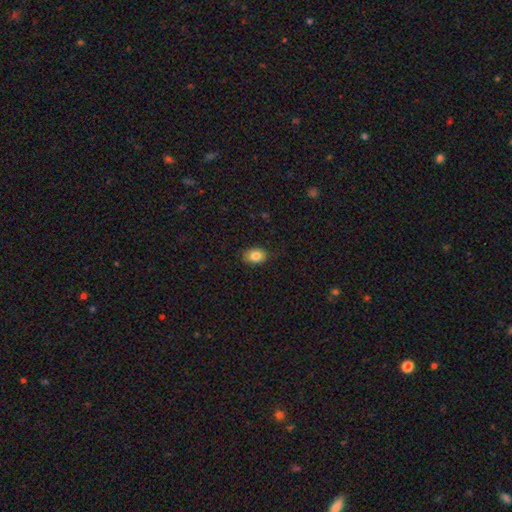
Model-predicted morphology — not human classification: Smooth or featured: smooth — 85% (star or artifact — 8%)
How rounded: in between — 74% (round — 25%)
Merging: none — 81% (minor disturbance — 15%)